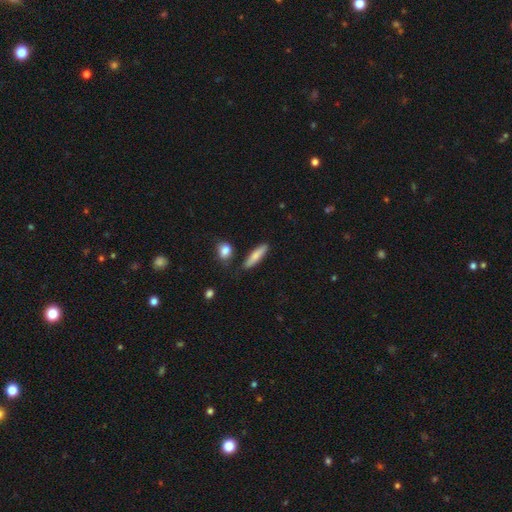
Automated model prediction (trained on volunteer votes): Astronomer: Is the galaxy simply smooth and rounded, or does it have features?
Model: smooth — 76%.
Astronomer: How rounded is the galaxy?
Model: cigar-shaped — 77%.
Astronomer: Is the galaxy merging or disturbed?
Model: none — 83%.